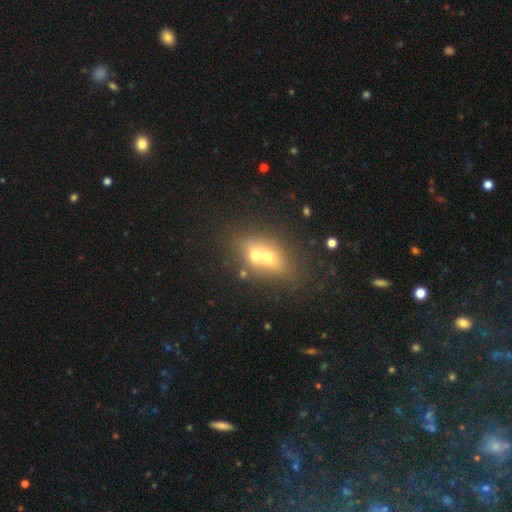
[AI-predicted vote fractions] This is possibly a smooth galaxy (58%). How rounded: likely in between (62%). Merging: likely merger (68%).